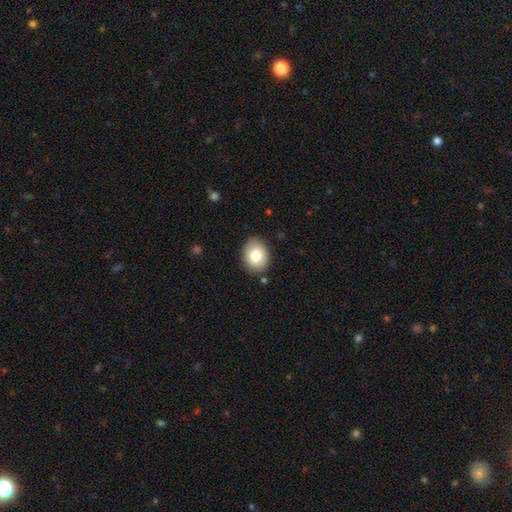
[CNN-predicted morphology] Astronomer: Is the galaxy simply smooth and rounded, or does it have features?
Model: smooth — 80%.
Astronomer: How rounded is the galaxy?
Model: in between — 60% (runner-up: round, 39%).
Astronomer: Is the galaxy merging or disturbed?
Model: none — 85%.